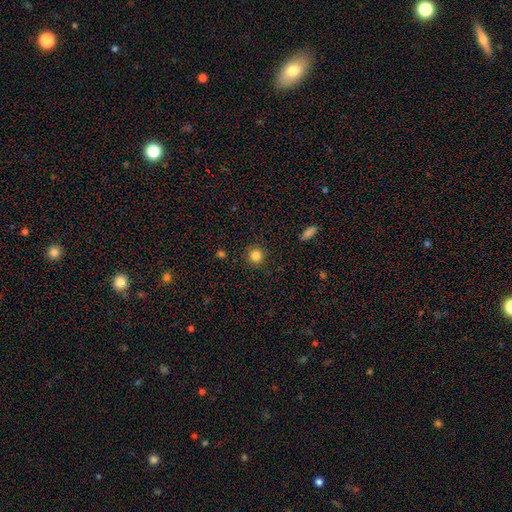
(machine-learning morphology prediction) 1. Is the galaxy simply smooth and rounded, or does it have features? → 84% smooth, 11% star or artifact, 5% featured or disk.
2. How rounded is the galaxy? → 93% round, 6% in between, 1% cigar-shaped.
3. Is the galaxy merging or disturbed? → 90% none, 6% minor disturbance, 2% major disturbance, 1% merger.